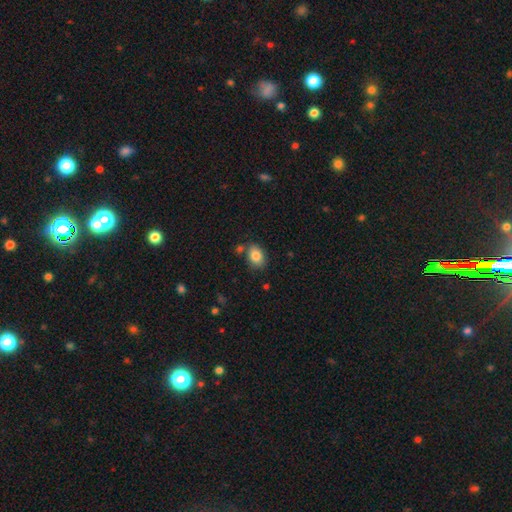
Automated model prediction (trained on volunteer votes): Smooth or featured: smooth — 84% (star or artifact — 8%)
How rounded: in between — 78% (round — 21%)
Merging: none — 73% (minor disturbance — 14%)